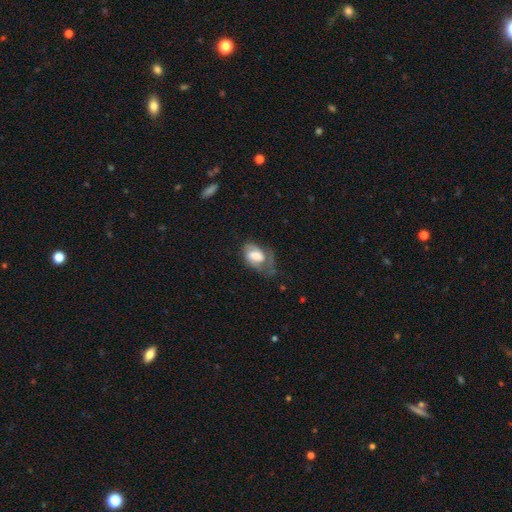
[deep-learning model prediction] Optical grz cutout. It shows a smooth galaxy with no disk features (61%) that is in between round and cigar-shaped (87%). Merging: major disturbance (40%).